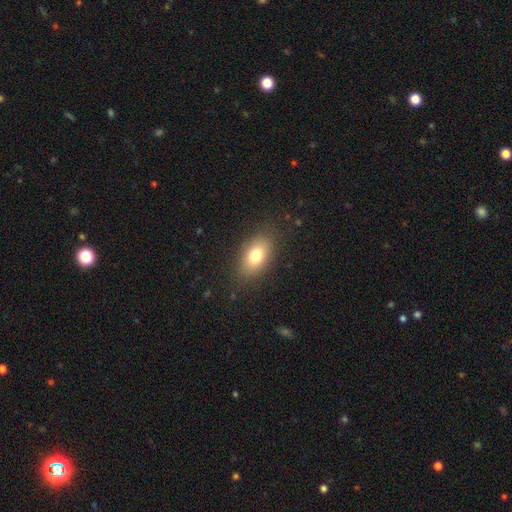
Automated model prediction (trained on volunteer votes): A smooth galaxy with no disk features (77%) that is in between round and cigar-shaped (85%).

Vote fractions:
- Smooth or featured? smooth: 77% / featured or disk: 14% / star or artifact: 10%
- How rounded? in between: 85% / round: 12% / cigar-shaped: 2%
- Merging? none: 84% / minor disturbance: 11% / major disturbance: 4% / merger: 1%